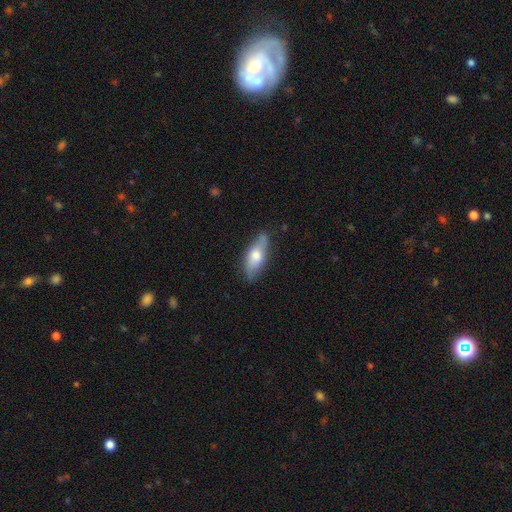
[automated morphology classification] Smooth or featured? smooth (57%)
How rounded? in between (65%)
Merging? none (76%)